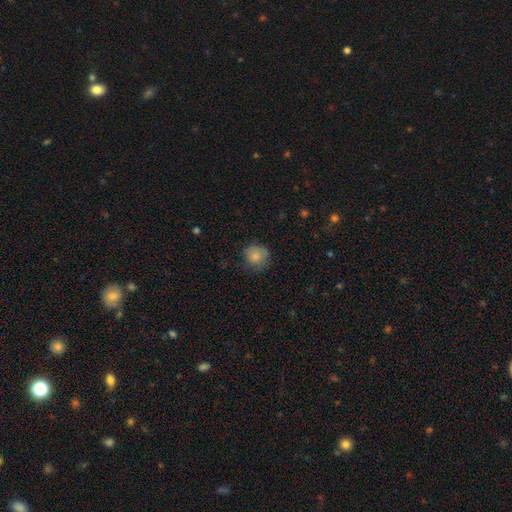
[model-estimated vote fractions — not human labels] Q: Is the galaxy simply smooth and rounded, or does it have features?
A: smooth — 82%.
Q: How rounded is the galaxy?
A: round — 85%.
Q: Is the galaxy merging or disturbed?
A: none — 69%.